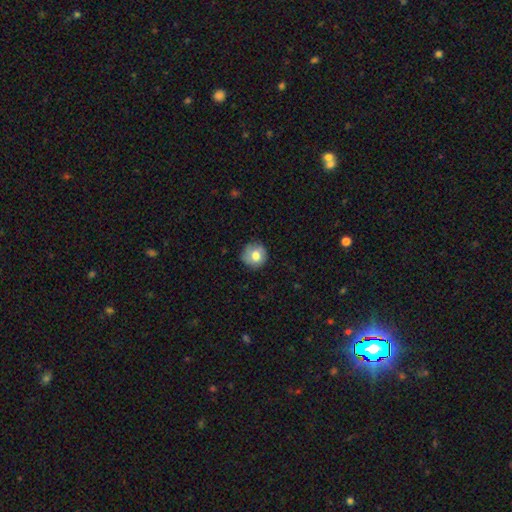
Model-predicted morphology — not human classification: This appears to be a smooth galaxy with no disk features (75%) that is round (91%). Merging: none (78%).